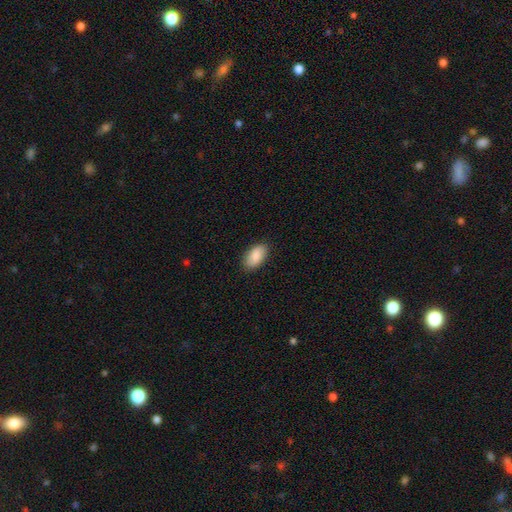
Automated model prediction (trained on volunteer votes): smooth_or_featured: smooth (p=0.86) [alt: featured or disk p=0.07]
how_rounded: in between (p=0.94) [alt: round p=0.04]
merging: none (p=0.87) [alt: minor disturbance p=0.10]